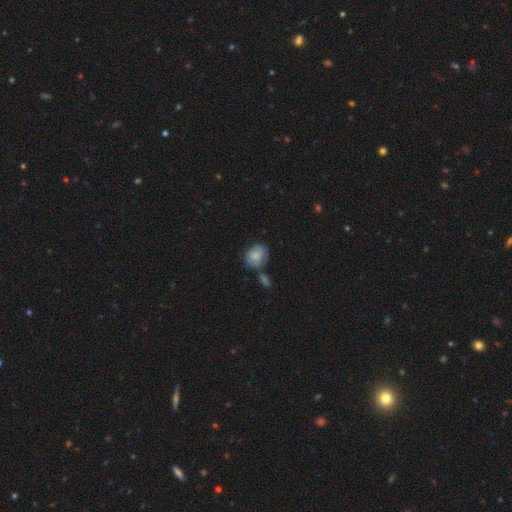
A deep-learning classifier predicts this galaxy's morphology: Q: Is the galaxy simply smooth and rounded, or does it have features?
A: smooth — 74%.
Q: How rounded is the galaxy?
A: round — 50%.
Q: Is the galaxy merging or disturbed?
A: none — 49%.